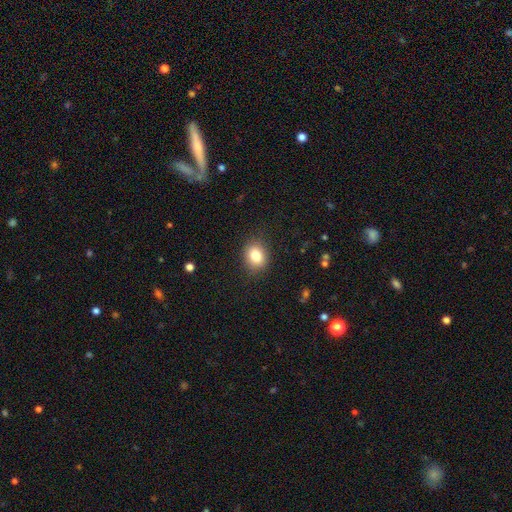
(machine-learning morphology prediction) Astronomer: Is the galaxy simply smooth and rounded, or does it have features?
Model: smooth — 82%.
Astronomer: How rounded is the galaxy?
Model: round — 55% (runner-up: in between, 44%).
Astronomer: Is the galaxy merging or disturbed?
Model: none — 87%.